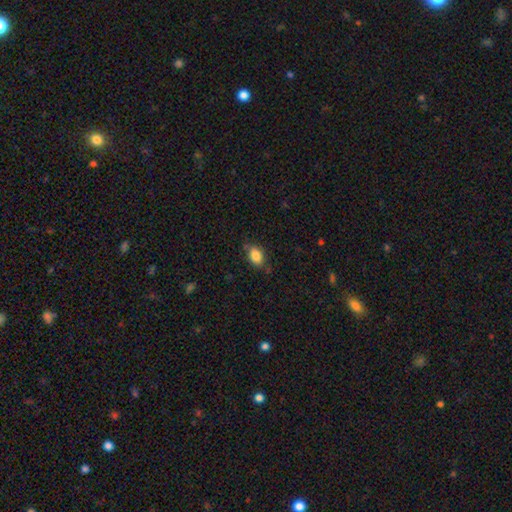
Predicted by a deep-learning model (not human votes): The model was most divided on "merging": none: 75%, minor disturbance: 19%, major disturbance: 4%, merger: 3%. More confident: smooth or featured — smooth (85%); how rounded — in between (84%).